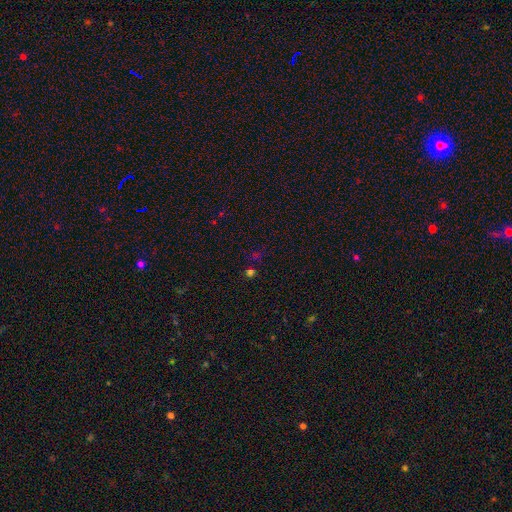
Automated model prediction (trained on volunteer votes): Smooth or featured?
  - star or artifact: 55% *
  - smooth: 38%
  - featured or disk: 7%